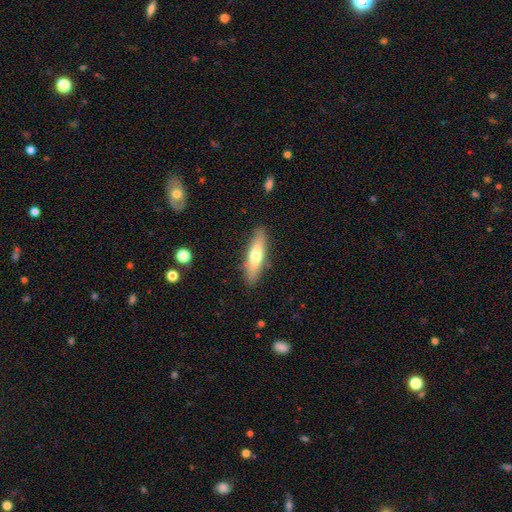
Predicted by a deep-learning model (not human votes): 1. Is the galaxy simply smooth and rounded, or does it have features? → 61% smooth, 33% featured or disk, 6% star or artifact.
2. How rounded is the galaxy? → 69% cigar-shaped, 30% in between, 2% round.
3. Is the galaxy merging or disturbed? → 88% none, 9% minor disturbance, 2% major disturbance, 1% merger.